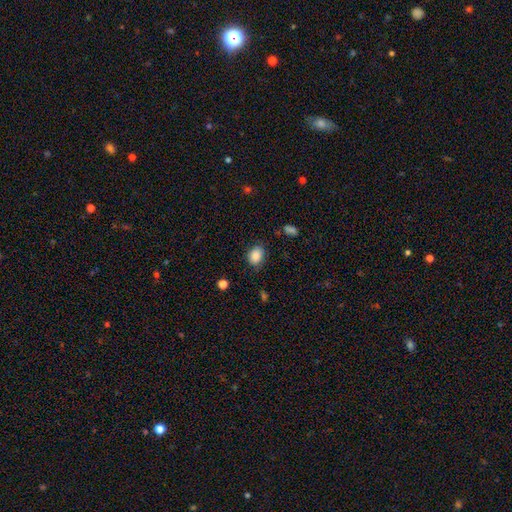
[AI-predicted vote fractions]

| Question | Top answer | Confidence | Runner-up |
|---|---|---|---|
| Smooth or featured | smooth | 86% | star or artifact (9%) |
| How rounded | in between | 67% | round (32%) |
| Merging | none | 79% | minor disturbance (16%) |